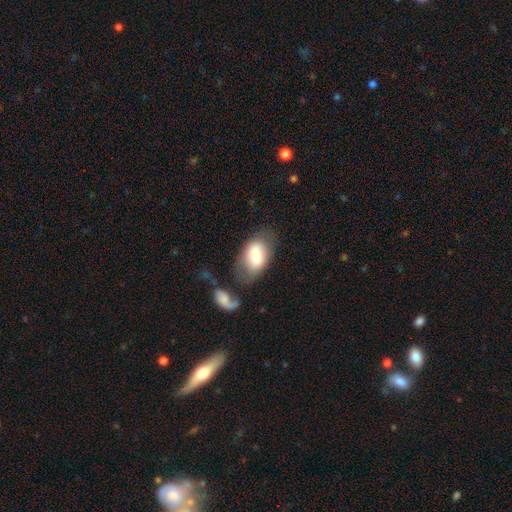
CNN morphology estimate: Smooth or featured: smooth — 76% (featured or disk — 17%)
How rounded: in between — 91% (round — 7%)
Merging: none — 46% (minor disturbance — 22%)